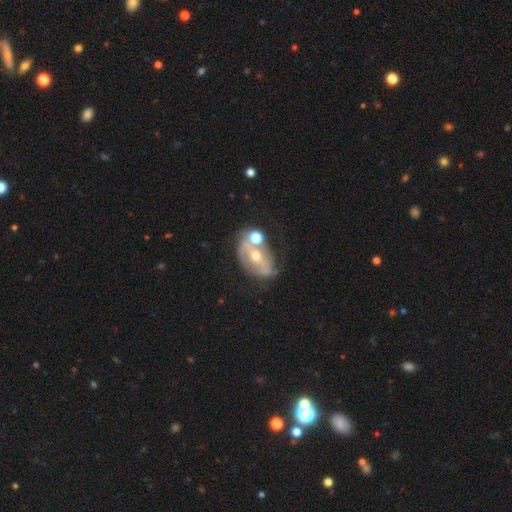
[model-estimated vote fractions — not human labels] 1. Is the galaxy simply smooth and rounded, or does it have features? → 67% featured or disk, 23% smooth, 10% star or artifact.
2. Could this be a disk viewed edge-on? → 94% no, 6% yes.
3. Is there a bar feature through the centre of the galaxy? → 44% no, 30% weak, 26% strong.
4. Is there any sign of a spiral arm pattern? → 53% yes, 47% no.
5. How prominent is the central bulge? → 60% moderate, 35% small, 3% large, 1% none, 1% dominant.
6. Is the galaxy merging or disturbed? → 45% none, 22% merger, 20% minor disturbance, 12% major disturbance.